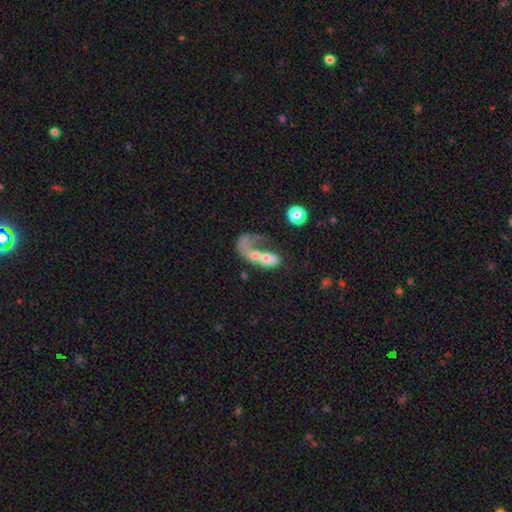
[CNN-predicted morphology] smooth-or-featured: featured or disk: 55% | smooth: 36% | star or artifact: 10%
  disk-edge-on: no: 95% | yes: 5%
    bar: no: 78% | weak: 17% | strong: 5%
    has-spiral-arms: no: 51% | yes: 49%
    bulge-size: moderate: 41% | small: 29% | none: 17% | large: 9% | dominant: 3%
  merging: merger: 51% | major disturbance: 31% | none: 12% | minor disturbance: 7%